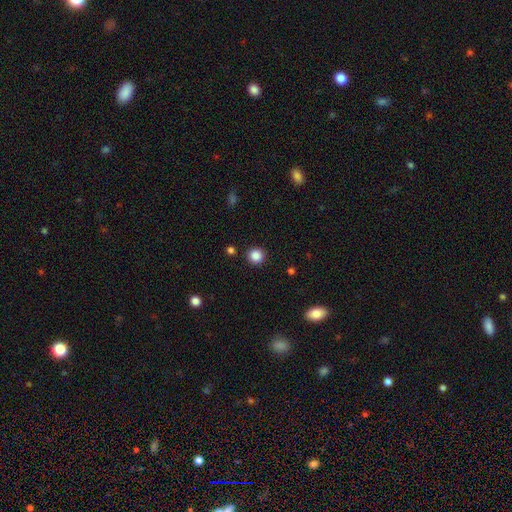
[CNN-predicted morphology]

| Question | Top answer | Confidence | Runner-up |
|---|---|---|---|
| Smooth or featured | smooth | 86% | star or artifact (11%) |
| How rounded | round | 93% | in between (6%) |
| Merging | none | 91% | minor disturbance (5%) |